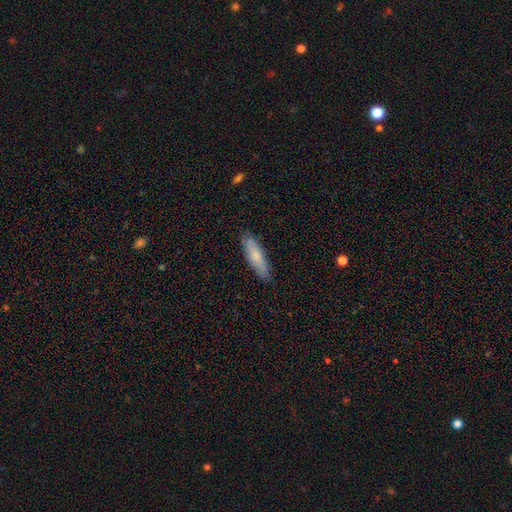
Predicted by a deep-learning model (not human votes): The model was most divided on "how rounded": cigar-shaped: 65%, in between: 33%, round: 2%. More confident: merging — none (84%); smooth or featured — smooth (69%).